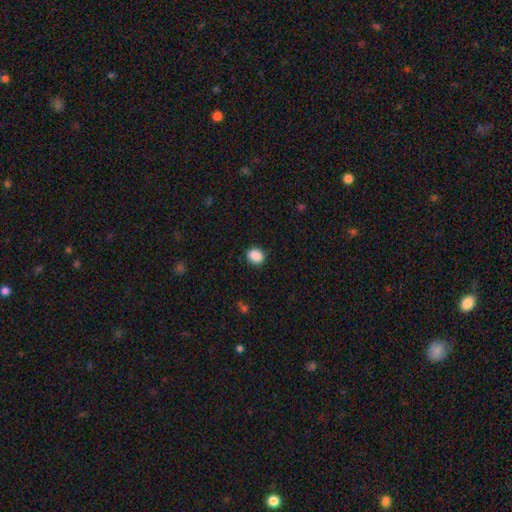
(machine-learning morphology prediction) This appears to be a smooth galaxy with no disk features (89%) that is round (53%). Merging: none (89%).